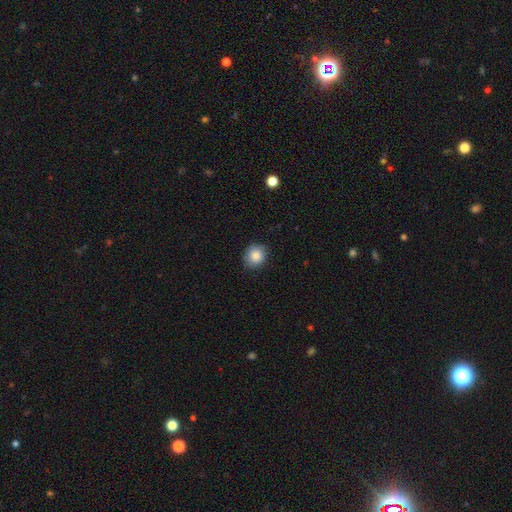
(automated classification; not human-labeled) Smooth or featured?
  - smooth: 84% *
  - star or artifact: 9%
  - featured or disk: 6%
How rounded?
  - round: 76% *
  - in between: 23%
  - cigar-shaped: 1%
Merging?
  - none: 85% *
  - minor disturbance: 12%
  - major disturbance: 2%
  - merger: 1%